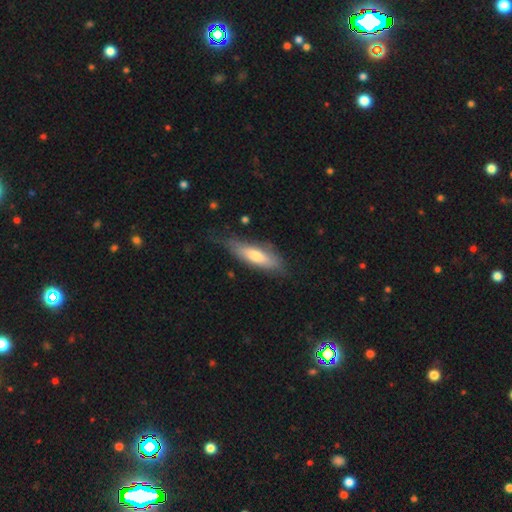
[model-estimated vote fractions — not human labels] Smooth or featured?
  - smooth: 62% *
  - featured or disk: 32%
  - star or artifact: 6%
How rounded?
  - cigar-shaped: 54% *
  - in between: 44%
  - round: 2%
Merging?
  - none: 64% *
  - minor disturbance: 27%
  - major disturbance: 7%
  - merger: 2%